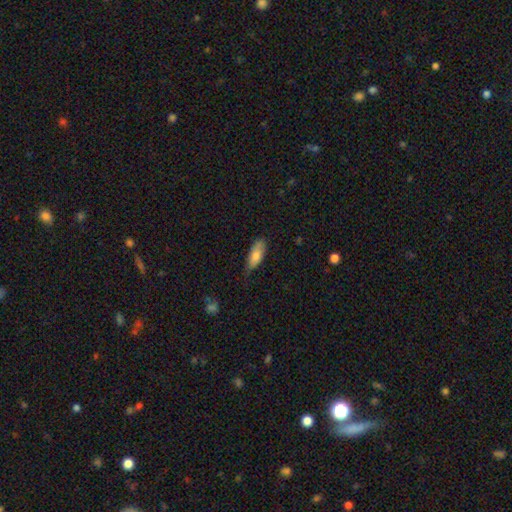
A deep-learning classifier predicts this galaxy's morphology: Smooth or featured: smooth — 75% (featured or disk — 19%)
How rounded: in between — 76% (cigar-shaped — 22%)
Merging: none — 61% (minor disturbance — 31%)